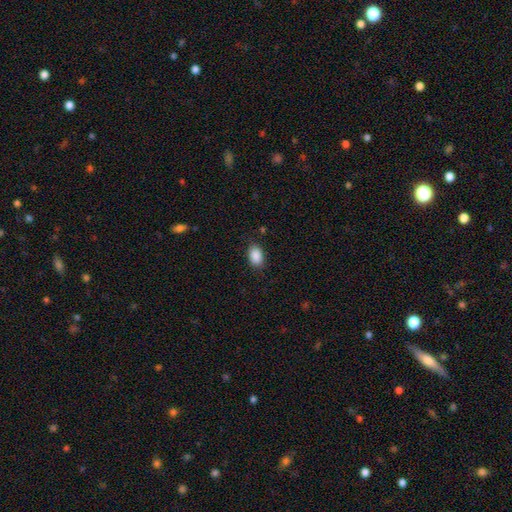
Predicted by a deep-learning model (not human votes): This appears to be a smooth galaxy with no disk features (89%) that is in between round and cigar-shaped (89%). Merging: none (85%).